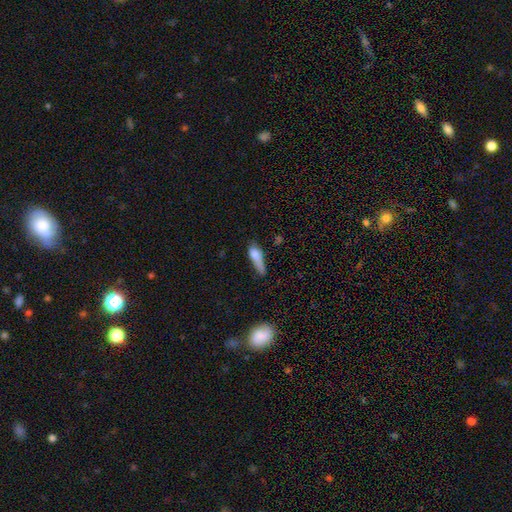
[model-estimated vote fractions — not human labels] A smooth galaxy with no disk features (72%) that is cigar-shaped (50%).

Vote fractions:
- Smooth or featured? smooth: 72% / featured or disk: 18% / star or artifact: 10%
- How rounded? cigar-shaped: 50% / in between: 45% / round: 4%
- Merging? minor disturbance: 35% / none: 32% / major disturbance: 24% / merger: 9%